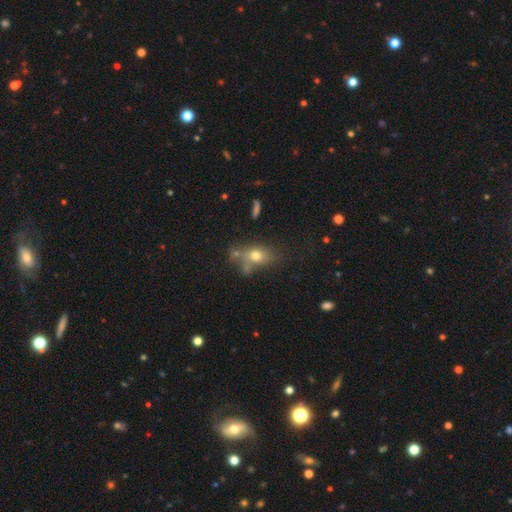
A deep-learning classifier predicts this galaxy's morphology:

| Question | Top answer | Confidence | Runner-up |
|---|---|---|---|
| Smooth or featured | smooth | 67% | featured or disk (18%) |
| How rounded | in between | 68% | round (28%) |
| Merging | none | 52% | minor disturbance (21%) |